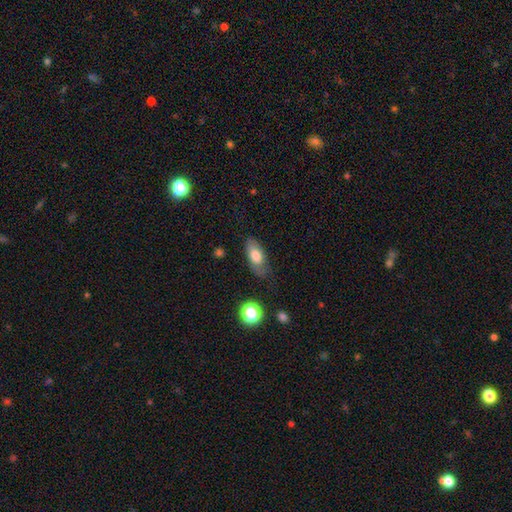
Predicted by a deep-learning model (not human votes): A smooth galaxy with no disk features (73%) that is in between round and cigar-shaped (87%). Merging: none (66%).